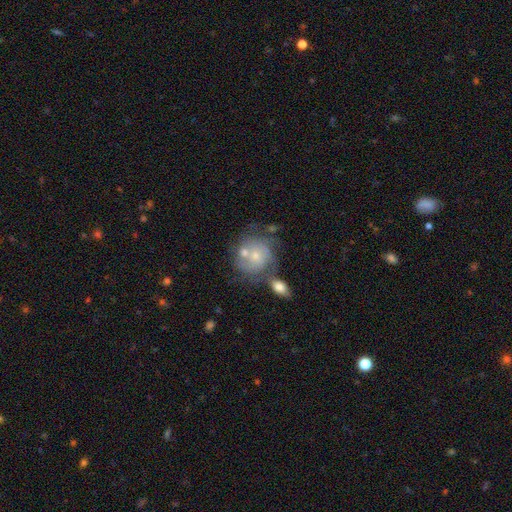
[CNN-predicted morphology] featured or disk 51%, smooth 41%, star or artifact 8%. Down the decision tree: edge-on disk — no (97%); merging — none (41%).